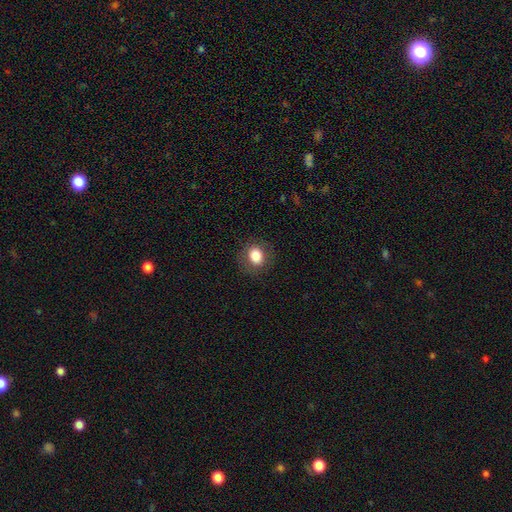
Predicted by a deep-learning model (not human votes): smooth 82%, star or artifact 9%, featured or disk 9%. Down the decision tree: how rounded — round (60%); merging — none (85%).